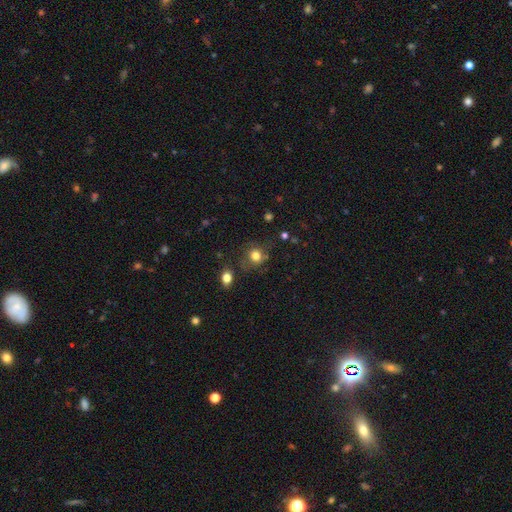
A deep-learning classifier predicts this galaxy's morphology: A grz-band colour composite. It shows a smooth galaxy with no disk features (77%) that is round (79%). Merging: none (67%).